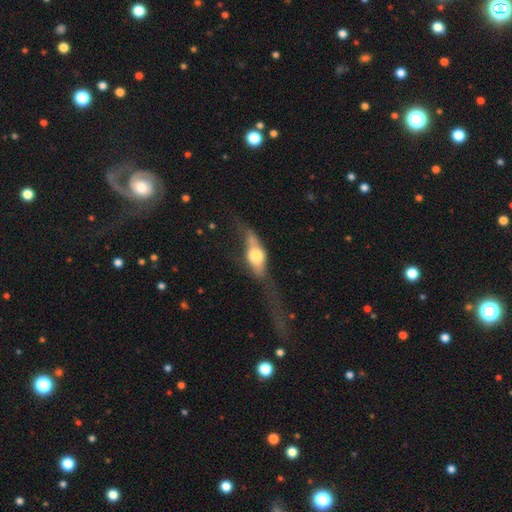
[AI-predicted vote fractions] Smooth or featured?
  - featured or disk: 50% *
  - smooth: 43%
  - star or artifact: 7%
Edge-on disk?
  - yes: 71% *
  - no: 29%
Merging?
  - major disturbance: 37% *
  - none: 35%
  - minor disturbance: 22%
  - merger: 5%